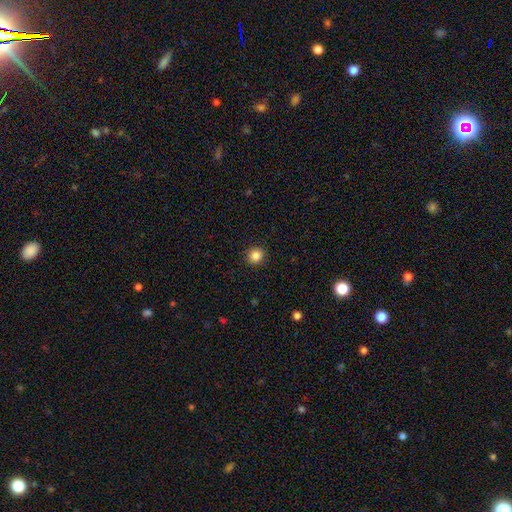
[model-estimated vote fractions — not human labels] Overall: smooth (86%). How rounded: round (90%). Merging: none (92%).